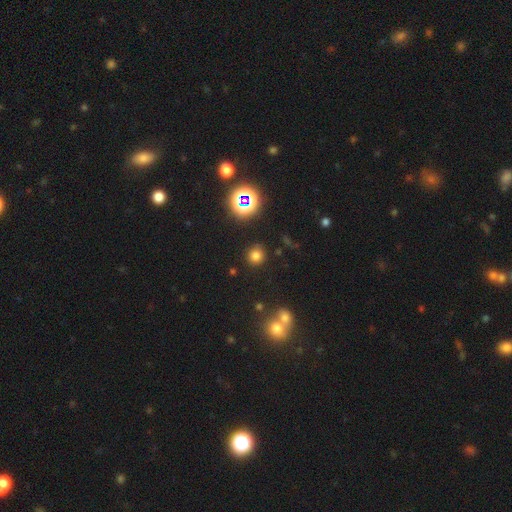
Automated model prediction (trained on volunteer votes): Morphology: type=smooth (71%); roundness=round (90%); merging=none (87%).